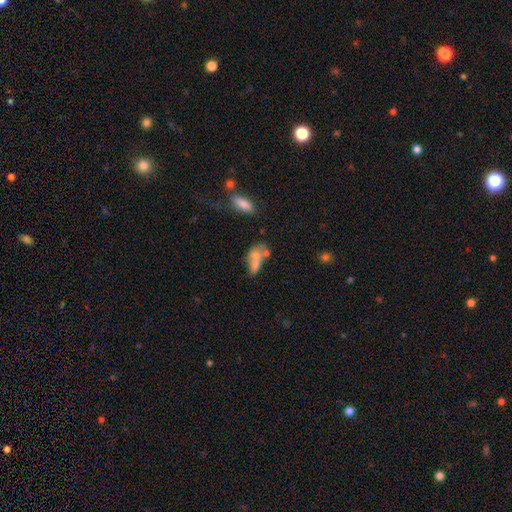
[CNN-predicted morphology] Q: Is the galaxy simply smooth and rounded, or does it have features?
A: smooth — 60%.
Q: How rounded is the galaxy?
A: in between — 76%.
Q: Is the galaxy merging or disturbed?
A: merger — 53%.